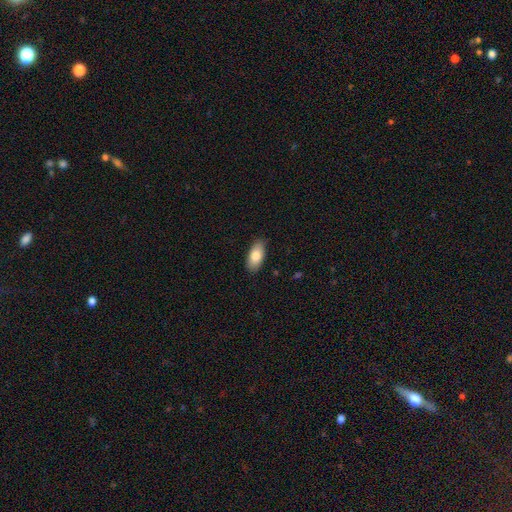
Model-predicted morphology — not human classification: Overall: smooth (82%). How rounded: in between (92%). Merging: none (85%).